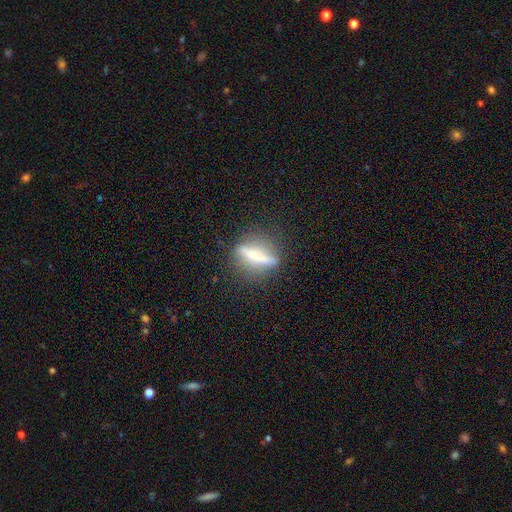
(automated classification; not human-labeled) Smooth or featured?
  - featured or disk: 55% *
  - smooth: 35%
  - star or artifact: 10%
Edge-on disk?
  - yes: 63% *
  - no: 37%
Merging?
  - none: 74% *
  - minor disturbance: 14%
  - major disturbance: 9%
  - merger: 3%